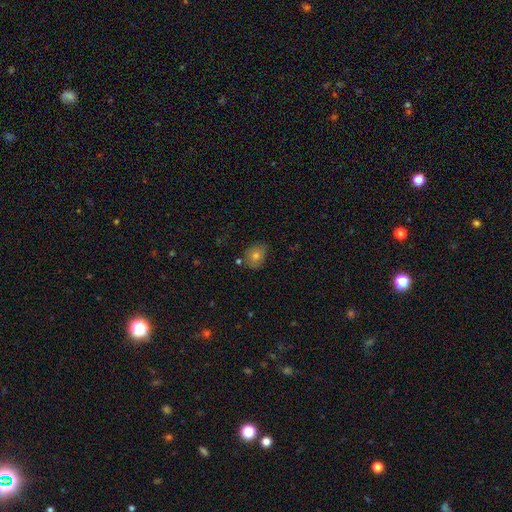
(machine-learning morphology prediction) A smooth galaxy with no disk features (69%) that is round (54%).

Vote fractions:
- Smooth or featured? smooth: 69% / featured or disk: 19% / star or artifact: 12%
- How rounded? round: 54% / in between: 45% / cigar-shaped: 1%
- Merging? none: 75% / minor disturbance: 18% / merger: 4% / major disturbance: 3%